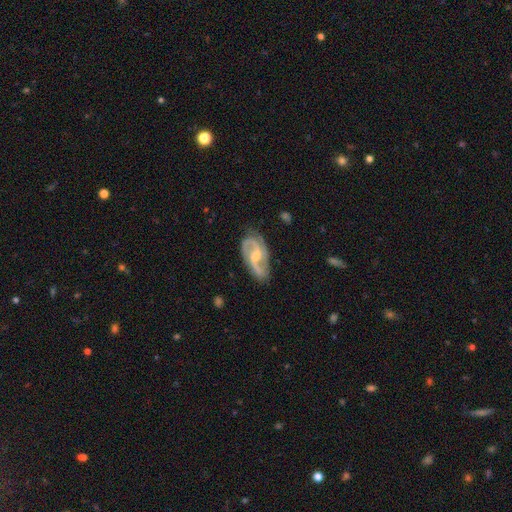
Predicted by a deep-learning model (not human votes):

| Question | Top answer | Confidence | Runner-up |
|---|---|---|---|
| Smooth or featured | featured or disk | 88% | smooth (7%) |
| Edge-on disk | no | 96% | yes (4%) |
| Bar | weak | 51% | no (33%) |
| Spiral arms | yes | 97% | no (3%) |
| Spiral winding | medium | 55% | loose (24%) |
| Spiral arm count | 2 | 84% | 3 (8%) |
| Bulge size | moderate | 50% | small (36%) |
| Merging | none | 74% | minor disturbance (18%) |